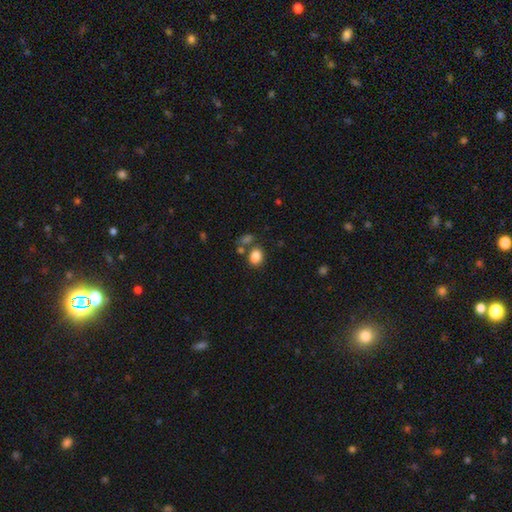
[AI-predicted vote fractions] This appears to be a smooth galaxy with no disk features (84%) that is in between round and cigar-shaped (64%). Merging: none (65%).